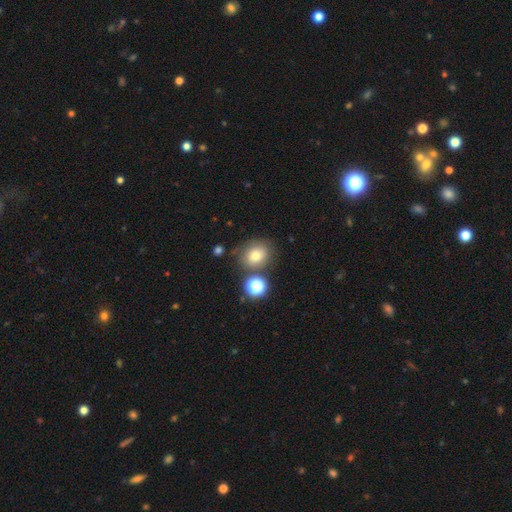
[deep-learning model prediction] Smooth or featured: smooth — 74% (star or artifact — 14%)
How rounded: round — 64% (in between — 35%)
Merging: none — 70% (minor disturbance — 14%)